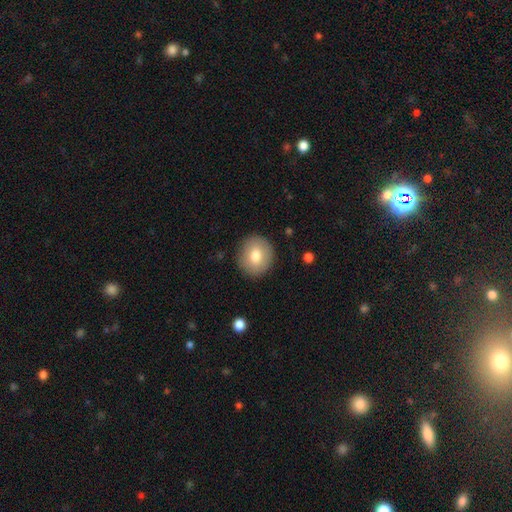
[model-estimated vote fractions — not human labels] Smooth or featured? smooth (78%)
How rounded? round (79%)
Merging? none (88%)